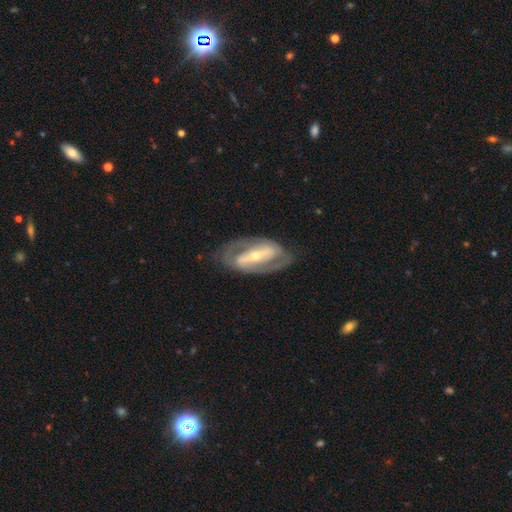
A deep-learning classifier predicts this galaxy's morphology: This is clearly a featured or disk galaxy (85%). It is clearly not viewed edge-on (93%). Bar: likely strong (70%). Spiral arm pattern: likely yes (78%). Spiral arm count: clearly 2 (85%). Spiral winding: marginally medium (43%). Central bulge: possibly small (54%). Merging: likely none (77%).